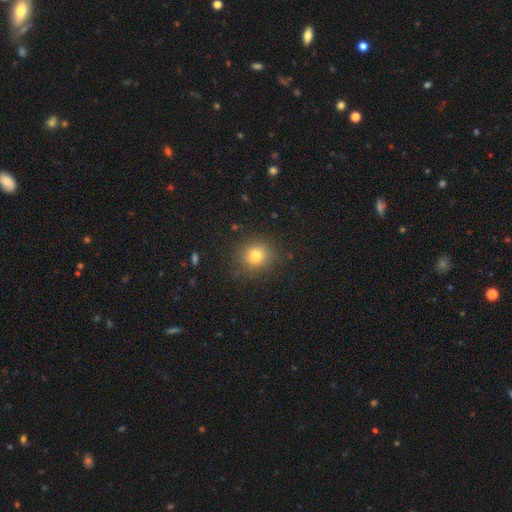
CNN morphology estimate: Overall: smooth (79%). How rounded: round (80%). Merging: none (85%).